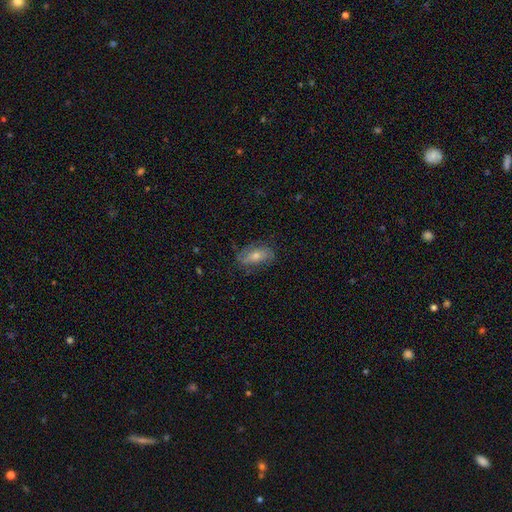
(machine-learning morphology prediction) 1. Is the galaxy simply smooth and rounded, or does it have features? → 56% featured or disk, 32% smooth, 12% star or artifact.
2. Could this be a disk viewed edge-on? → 89% no, 11% yes.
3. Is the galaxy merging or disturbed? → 75% none, 18% minor disturbance, 6% major disturbance, 1% merger.